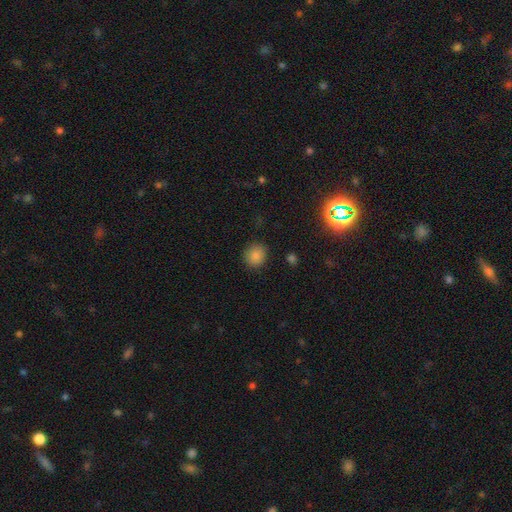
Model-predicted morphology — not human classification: Smooth or featured? Predicted: smooth (p=0.84). How rounded? Predicted: round (p=0.87). Merging? Predicted: none (p=0.88).